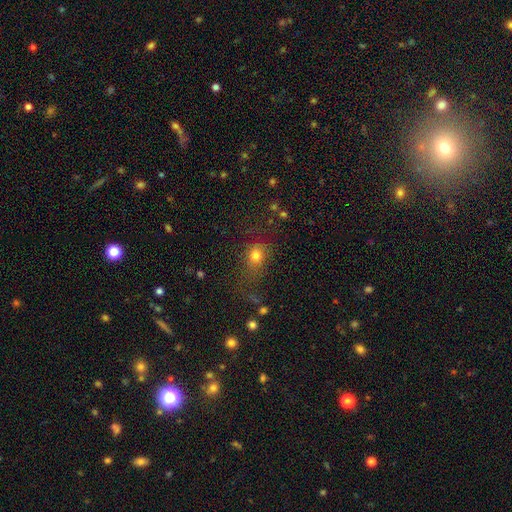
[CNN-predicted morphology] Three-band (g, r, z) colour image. It shows a smooth galaxy with no disk features (76%) that is round (58%). Merging: none (60%).